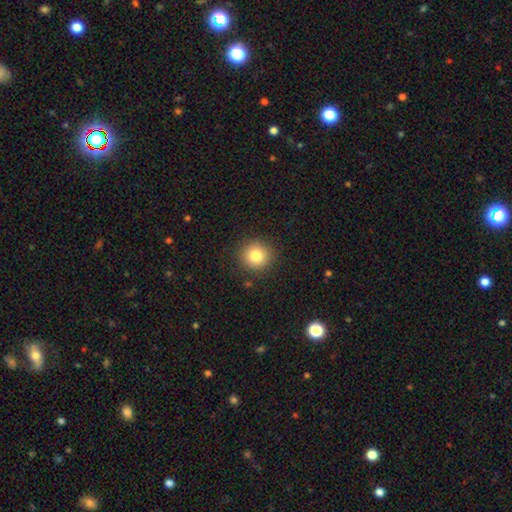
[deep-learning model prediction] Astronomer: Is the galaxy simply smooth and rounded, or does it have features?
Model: smooth — 81%.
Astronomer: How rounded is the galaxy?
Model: round — 93%.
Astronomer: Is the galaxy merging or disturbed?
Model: none — 90%.